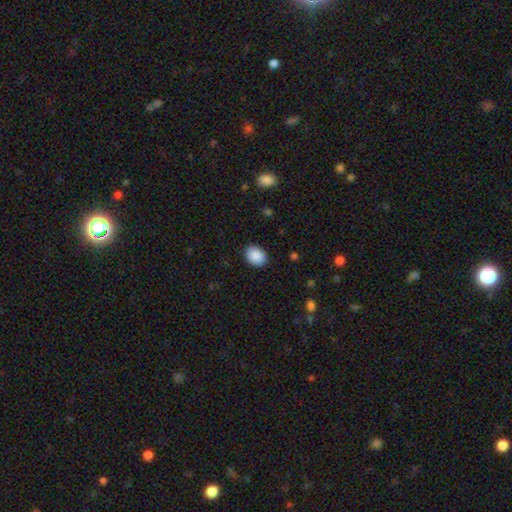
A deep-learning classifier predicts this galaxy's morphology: type=smooth (89%); roundness=in between (60%); merging=none (88%).